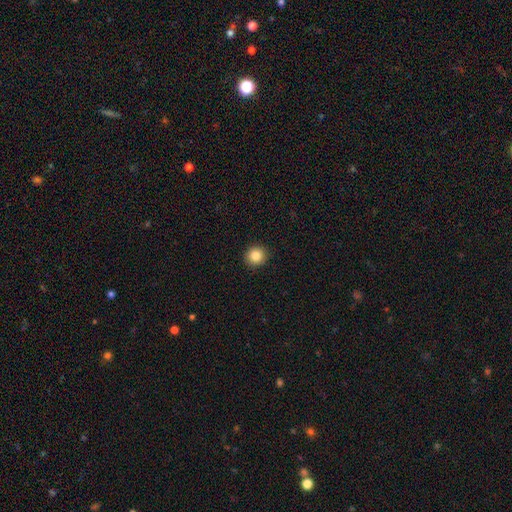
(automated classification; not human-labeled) The model was most divided on "smooth or featured": smooth: 84%, star or artifact: 10%, featured or disk: 6%. More confident: merging — none (93%); how rounded — round (91%).